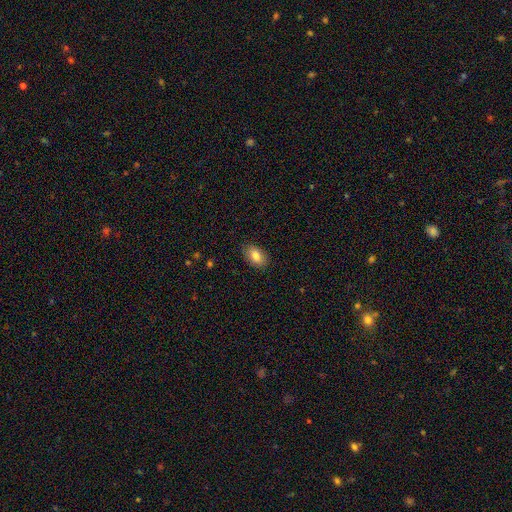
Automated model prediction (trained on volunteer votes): The model was most divided on "smooth or featured": smooth: 83%, featured or disk: 9%, star or artifact: 7%. More confident: how rounded — in between (89%); merging — none (88%).